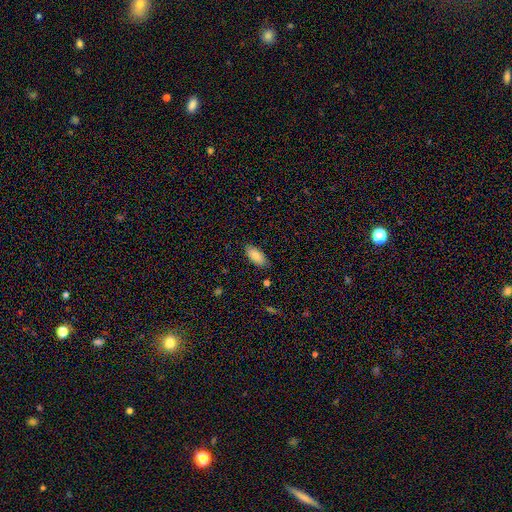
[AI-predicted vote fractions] smooth_or_featured: smooth (p=0.83) [alt: featured or disk p=0.10]
how_rounded: in between (p=0.90) [alt: cigar-shaped p=0.08]
merging: none (p=0.84) [alt: minor disturbance p=0.13]